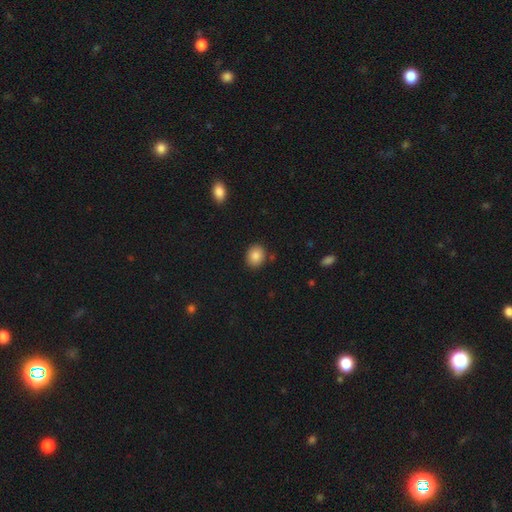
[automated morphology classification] The model was most divided on "how rounded": round: 56%, in between: 43%, cigar-shaped: 1%. More confident: smooth or featured — smooth (87%); merging — none (86%).